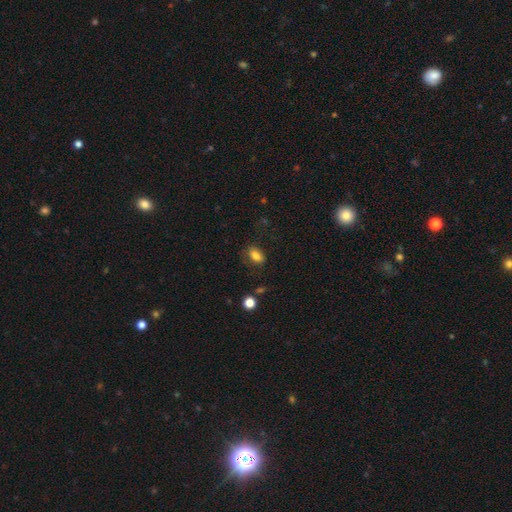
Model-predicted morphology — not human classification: Smooth or featured: smooth — 82% (star or artifact — 10%)
How rounded: in between — 83% (round — 15%)
Merging: none — 73% (minor disturbance — 18%)